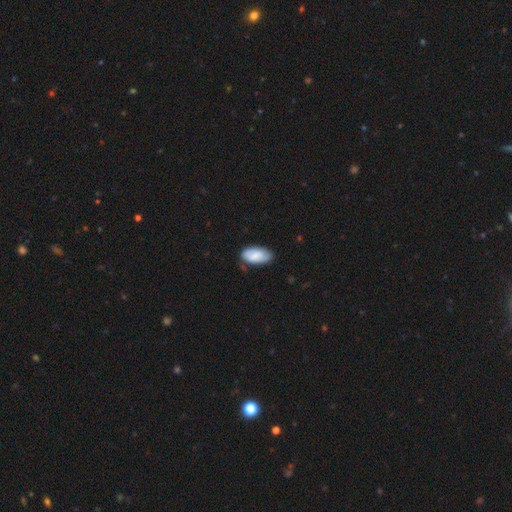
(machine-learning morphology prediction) smooth-or-featured: smooth: 76% | featured or disk: 17% | star or artifact: 6%
  how-rounded: in between: 95% | cigar-shaped: 3% | round: 2%
  merging: none: 68% | minor disturbance: 26% | major disturbance: 4% | merger: 2%